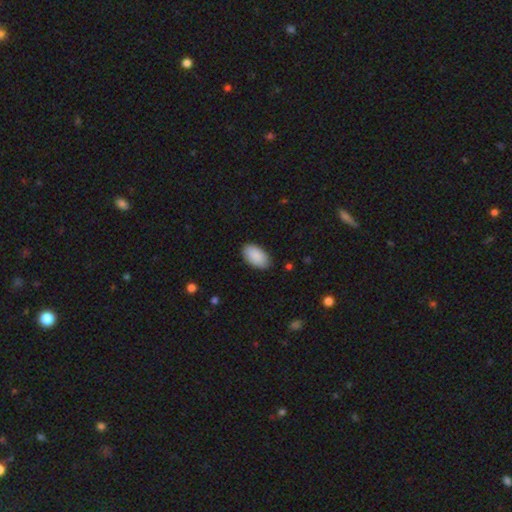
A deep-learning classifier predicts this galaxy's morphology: This is clearly a smooth galaxy (90%). How rounded: clearly in between (95%). Merging: clearly none (87%).